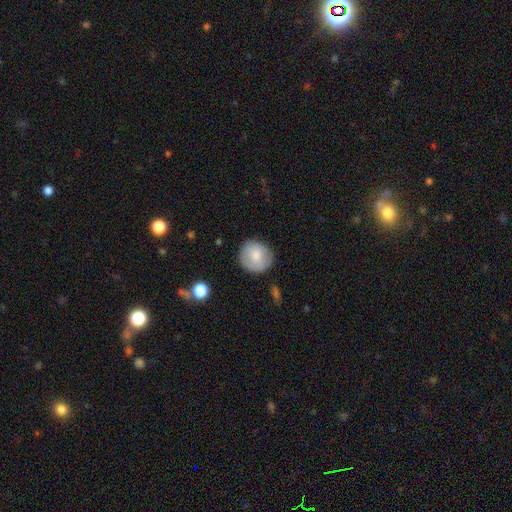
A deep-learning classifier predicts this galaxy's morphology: A smooth galaxy with no disk features (76%) that is round (86%). Merging: none (80%).